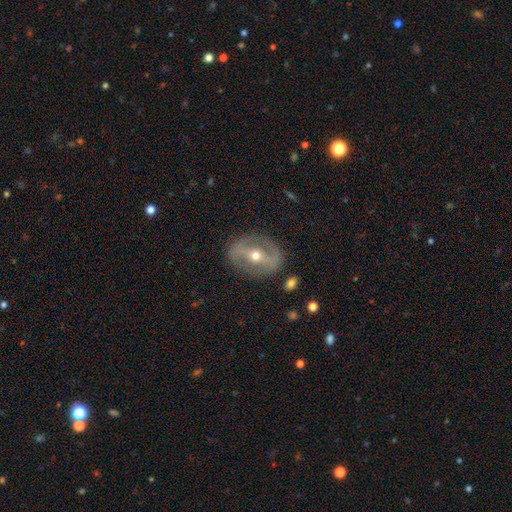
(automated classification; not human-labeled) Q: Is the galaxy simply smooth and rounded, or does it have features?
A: featured or disk — 76%.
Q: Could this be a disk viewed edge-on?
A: no — 90%.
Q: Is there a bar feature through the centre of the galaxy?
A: strong — 57%.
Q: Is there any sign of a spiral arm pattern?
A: yes — 50%, tied with no.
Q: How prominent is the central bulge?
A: moderate — 67%.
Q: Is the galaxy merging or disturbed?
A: none — 82%.